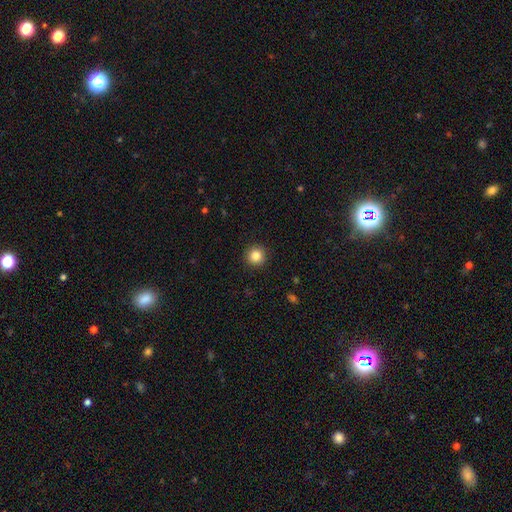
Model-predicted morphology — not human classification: A smooth galaxy with no disk features (85%) that is round (95%). Merging: none (92%).